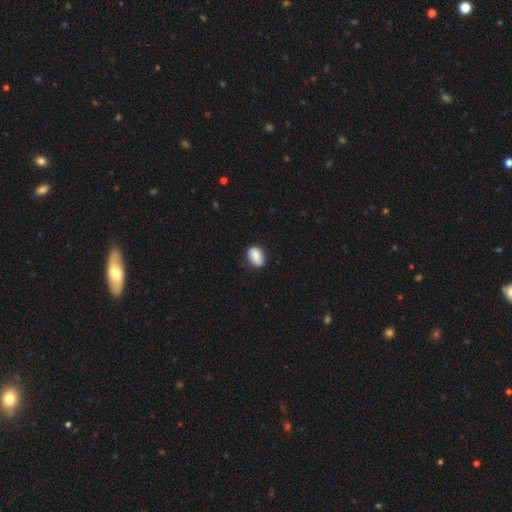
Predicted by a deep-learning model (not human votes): Smooth or featured?
  - smooth: 74% *
  - featured or disk: 19%
  - star or artifact: 7%
How rounded?
  - in between: 80% *
  - round: 18%
  - cigar-shaped: 2%
Merging?
  - none: 80% *
  - minor disturbance: 16%
  - major disturbance: 3%
  - merger: 1%